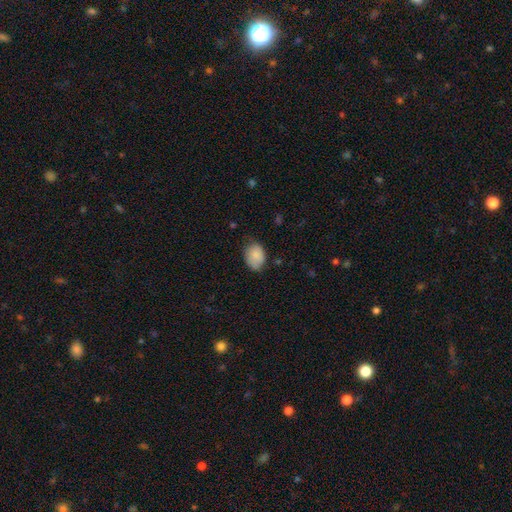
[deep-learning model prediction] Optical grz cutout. It shows a smooth galaxy with no disk features (86%) that is in between round and cigar-shaped (75%). Merging: none (65%).